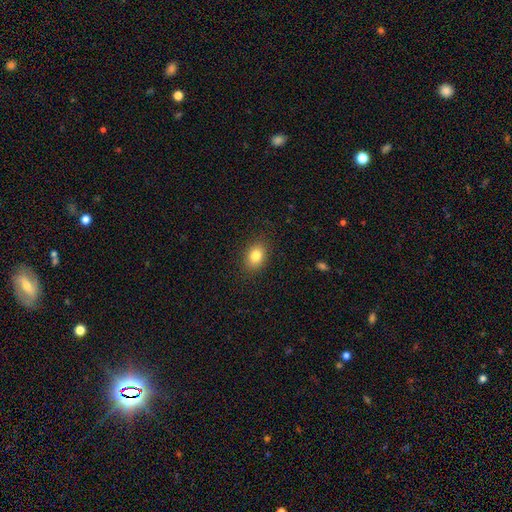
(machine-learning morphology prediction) A smooth galaxy with no disk features (82%) that is in between round and cigar-shaped (69%).

Vote fractions:
- Smooth or featured? smooth: 82% / star or artifact: 10% / featured or disk: 8%
- How rounded? in between: 69% / round: 30% / cigar-shaped: 1%
- Merging? none: 87% / minor disturbance: 9% / major disturbance: 3% / merger: 1%